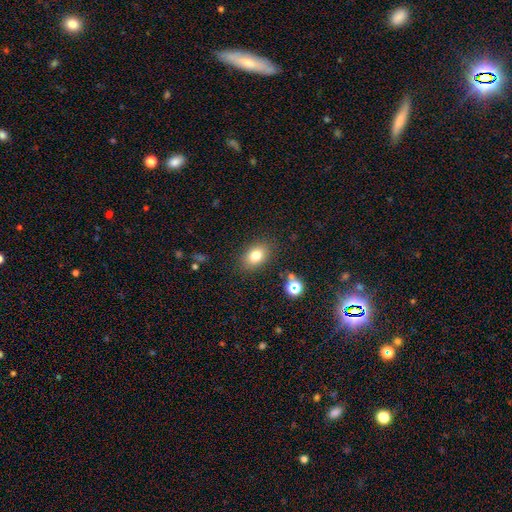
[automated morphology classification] Smooth or featured?
  - smooth: 79% *
  - star or artifact: 11%
  - featured or disk: 10%
How rounded?
  - in between: 81% *
  - round: 18%
  - cigar-shaped: 1%
Merging?
  - none: 84% *
  - minor disturbance: 10%
  - major disturbance: 3%
  - merger: 2%